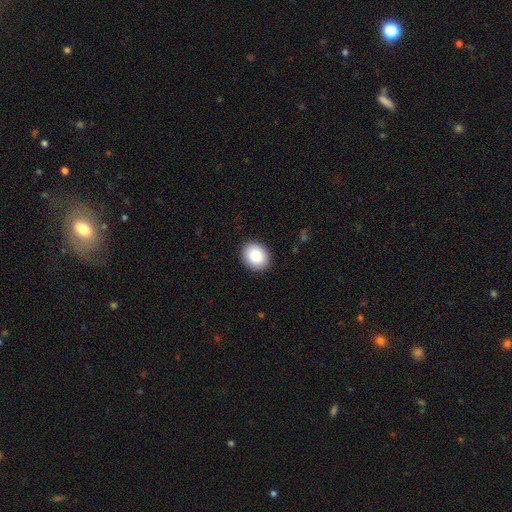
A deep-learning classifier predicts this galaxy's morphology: Overall: smooth (87%). How rounded: round (53%; in between 46%). Merging: none (90%).